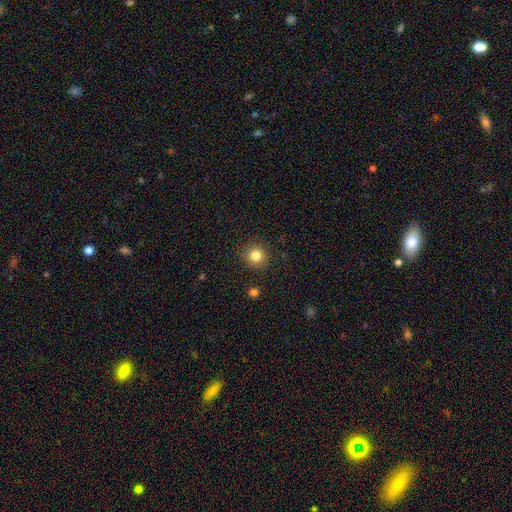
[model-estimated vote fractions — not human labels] The model was most divided on "smooth or featured": smooth: 83%, star or artifact: 12%, featured or disk: 6%. More confident: how rounded — round (93%); merging — none (90%).